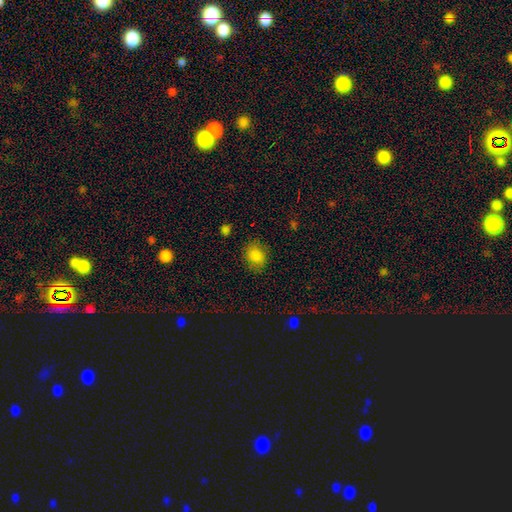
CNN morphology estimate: smooth 84%, star or artifact 10%, featured or disk 5%. Down the decision tree: how rounded — round (57%); merging — none (80%).